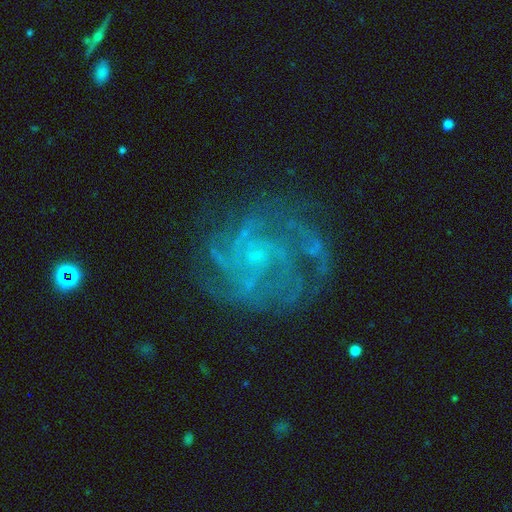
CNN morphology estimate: featured or disk 84%, star or artifact 9%, smooth 6%. Down the decision tree: edge-on disk — no (98%); bar — no (71%); spiral arms — yes (95%); spiral arm count — 4 (29%); spiral winding — tight (50%); bulge size — small (74%); merging — none (70%).